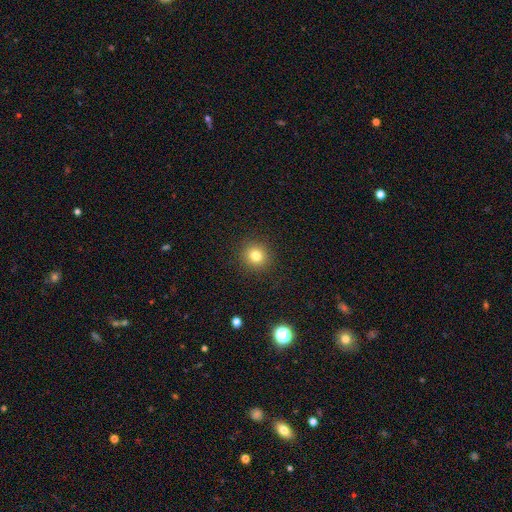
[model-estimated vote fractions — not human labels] Morphology: type=smooth (80%); roundness=round (90%); merging=none (91%).